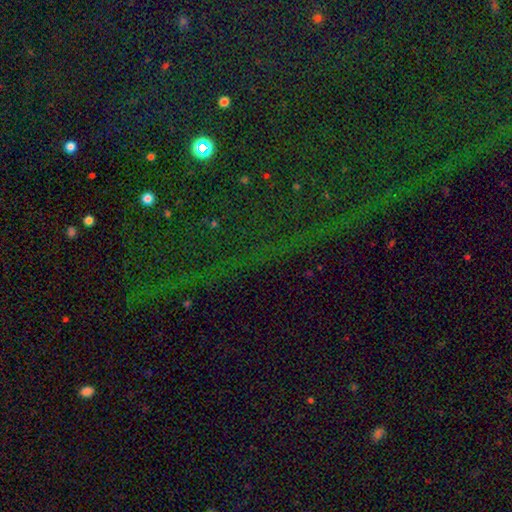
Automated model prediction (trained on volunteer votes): Smooth or featured? star or artifact (76%)